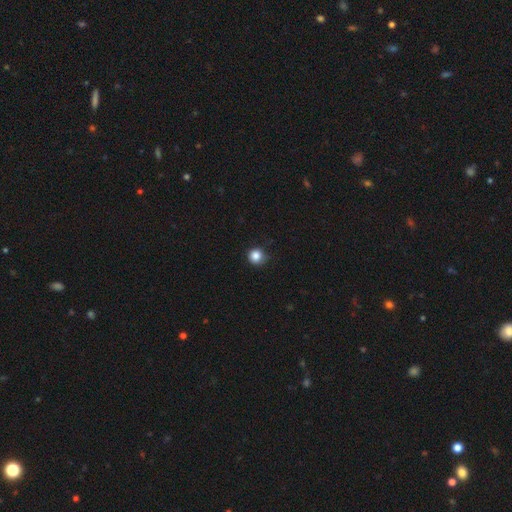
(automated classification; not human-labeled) A smooth galaxy with no disk features (85%) that is round (94%). Merging: none (83%).